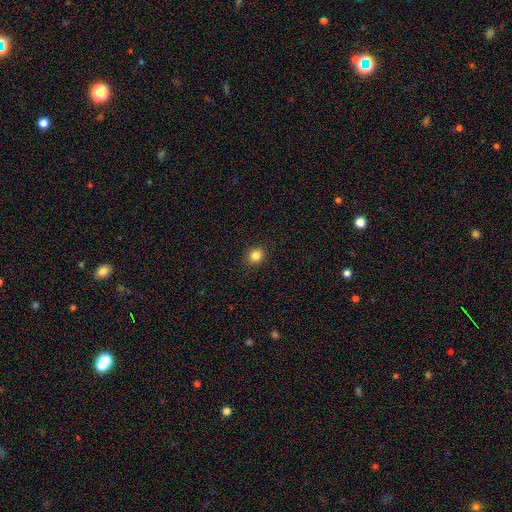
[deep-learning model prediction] smooth_or_featured: smooth (p=0.84) [alt: star or artifact p=0.11]
how_rounded: round (p=0.81) [alt: in between p=0.18]
merging: none (p=0.91) [alt: minor disturbance p=0.06]